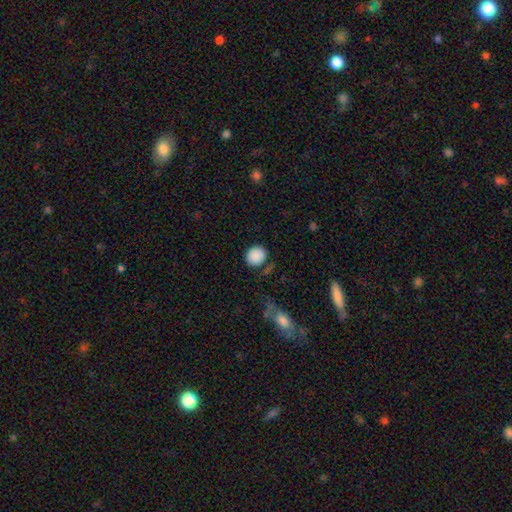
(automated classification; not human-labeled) This is clearly a smooth galaxy (88%). How rounded: likely round (80%). Merging: clearly none (81%).